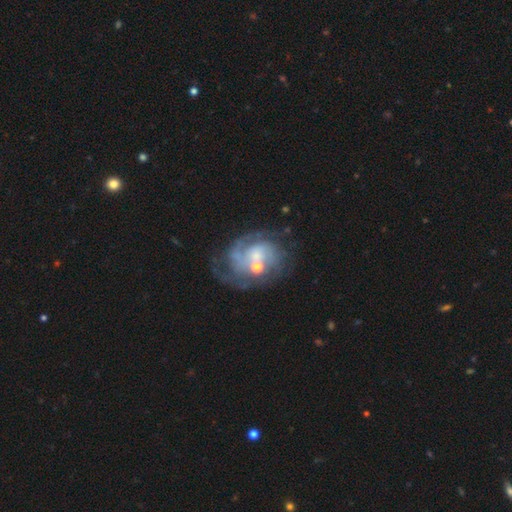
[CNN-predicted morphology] A featured or disk galaxy (80%) with no bar (68%), tight (51%) spiral arms (87%) and a small central bulge (48%).

Vote fractions:
- Smooth or featured? featured or disk: 80% / smooth: 12% / star or artifact: 8%
- Edge-on disk? no: 98% / yes: 2%
- Bar? no: 68% / weak: 27% / strong: 5%
- Spiral arms? yes: 87% / no: 13%
- Spiral winding? tight: 51% / medium: 35% / loose: 14%
- Spiral arm count? can't tell: 37% / 2: 24% / 3: 18% / 1: 8% / 4: 7% / more than 4: 6%
- Bulge size? small: 48% / moderate: 38% / none: 9% / large: 4% / dominant: 1%
- Merging? none: 51% / minor disturbance: 18% / major disturbance: 18% / merger: 13%